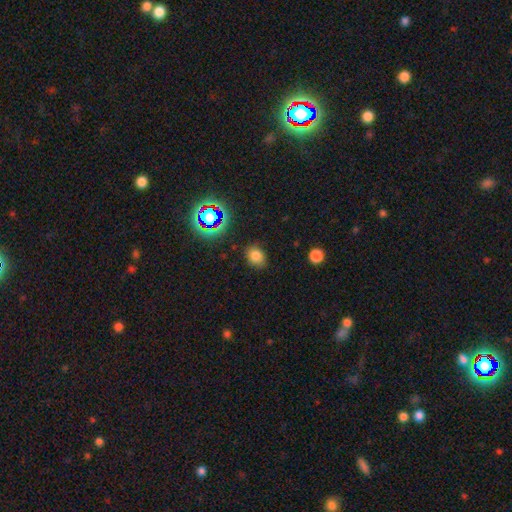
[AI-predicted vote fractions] A smooth galaxy with no disk features (77%) that is round (50%).

Vote fractions:
- Smooth or featured? smooth: 77% / star or artifact: 17% / featured or disk: 7%
- How rounded? round: 50% / in between: 49% / cigar-shaped: 1%
- Merging? none: 79% / minor disturbance: 15% / major disturbance: 4% / merger: 2%